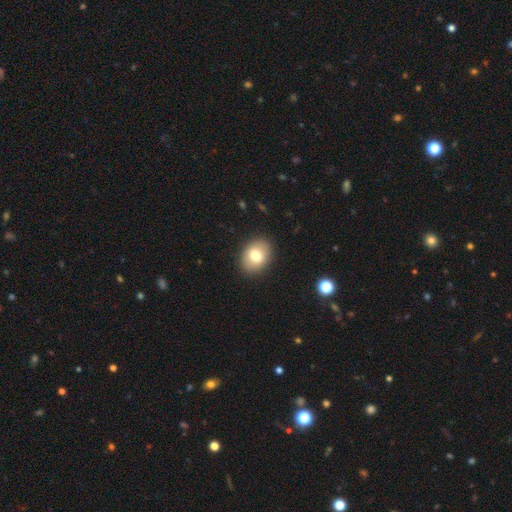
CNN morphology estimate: Smooth or featured? Predicted: smooth (p=0.76). How rounded? Predicted: in between (p=0.64). Merging? Predicted: none (p=0.88).